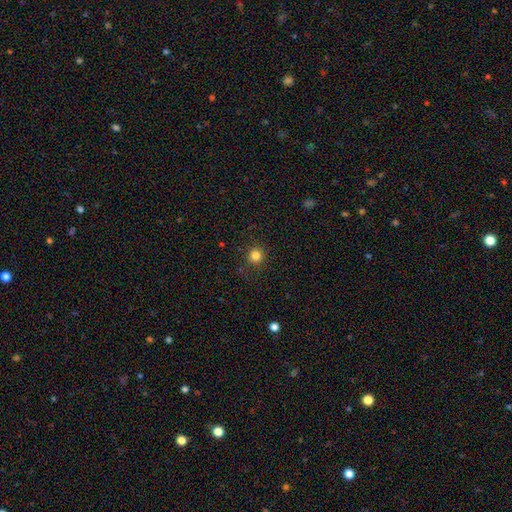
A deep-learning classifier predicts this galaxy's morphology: Smooth or featured: smooth — 82% (star or artifact — 13%)
How rounded: round — 94% (in between — 5%)
Merging: none — 88% (minor disturbance — 8%)